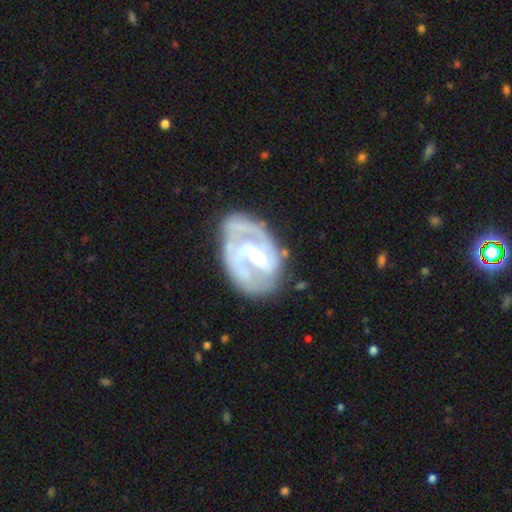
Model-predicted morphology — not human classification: Smooth or featured? Predicted: featured or disk (p=0.83). Edge-on disk? Predicted: no (p=0.97). Bar? Predicted: weak (p=0.45). Spiral arms? Predicted: yes (p=0.87). Spiral winding? Predicted: tight (p=0.43). Spiral arm count? Predicted: 2 (p=0.55). Bulge size? Predicted: moderate (p=0.54). Merging? Predicted: none (p=0.59).